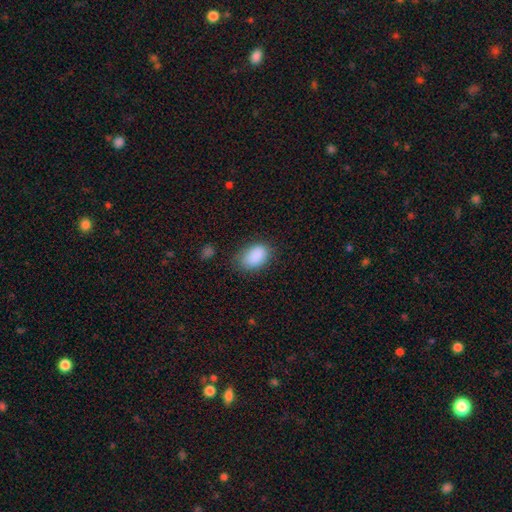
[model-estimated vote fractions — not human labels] This is clearly a smooth galaxy (88%). How rounded: clearly in between (87%). Merging: likely none (70%).